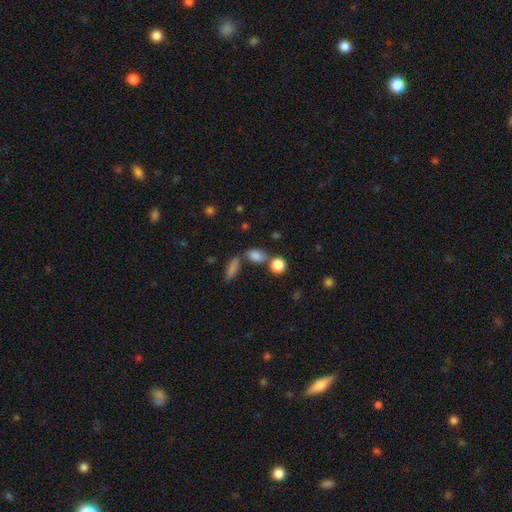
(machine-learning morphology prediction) A smooth galaxy with no disk features (80%) that is in between round and cigar-shaped (67%). Merging: none (56%).